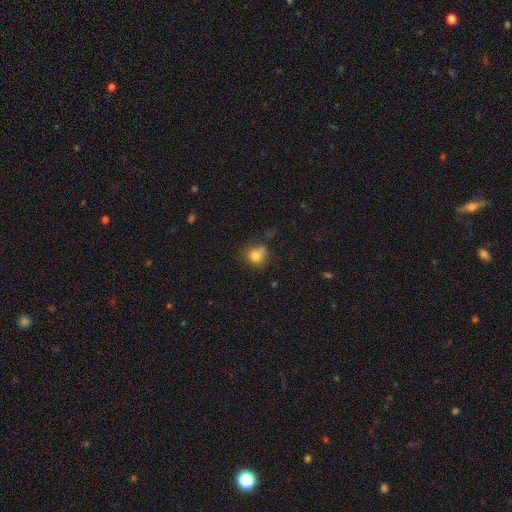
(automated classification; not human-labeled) Smooth or featured? smooth (79%)
How rounded? round (82%)
Merging? none (57%)